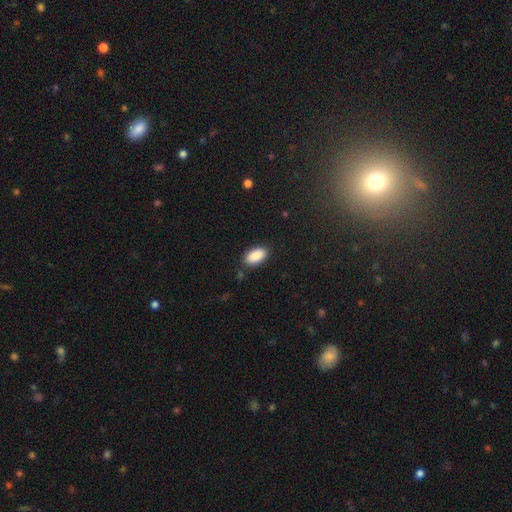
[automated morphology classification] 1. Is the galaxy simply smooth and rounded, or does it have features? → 90% smooth, 7% star or artifact, 3% featured or disk.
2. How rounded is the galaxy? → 94% in between, 3% round, 2% cigar-shaped.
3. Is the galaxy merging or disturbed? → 87% none, 9% minor disturbance, 2% major disturbance, 1% merger.